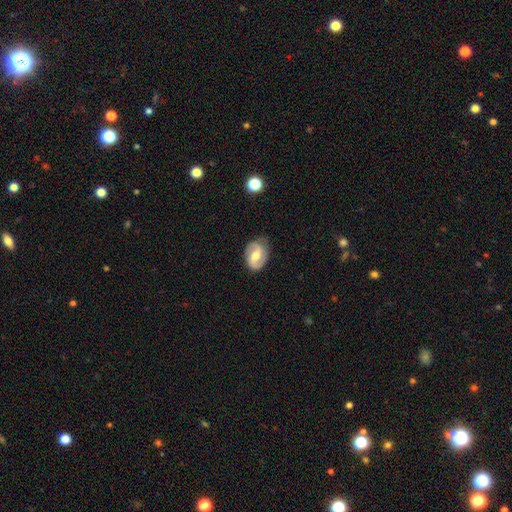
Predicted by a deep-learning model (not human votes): Q: Smooth or featured?
A: featured or disk (80%); runner-up: smooth (15%)
Q: Edge-on disk?
A: no (97%); runner-up: yes (3%)
Q: Bar?
A: weak (47%); runner-up: no (33%)
Q: Spiral arms?
A: yes (94%); runner-up: no (6%)
Q: Spiral winding?
A: medium (48%); runner-up: loose (29%)
Q: Spiral arm count?
A: 2 (91%); runner-up: can't tell (4%)
Q: Bulge size?
A: moderate (69%); runner-up: small (23%)
Q: Merging?
A: none (81%); runner-up: minor disturbance (14%)